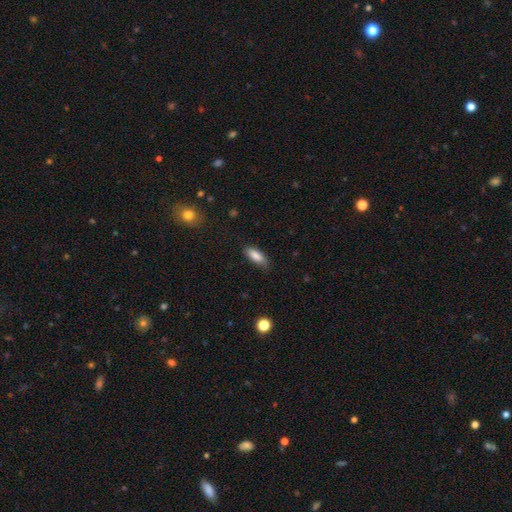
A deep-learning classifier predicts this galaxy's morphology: This is clearly a smooth galaxy (85%). How rounded: likely in between (73%). Merging: likely none (78%).